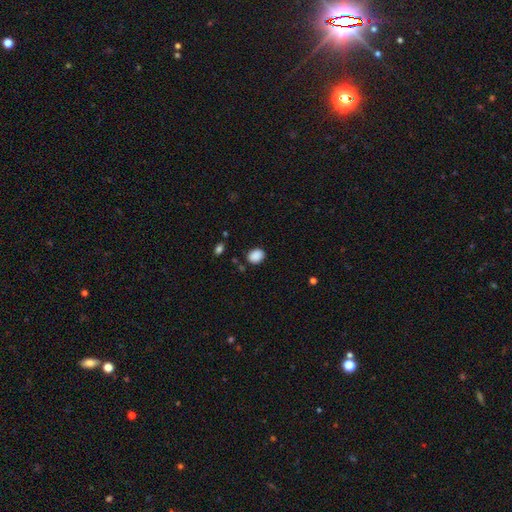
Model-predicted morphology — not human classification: Smooth or featured?
  - smooth: 88% *
  - star or artifact: 9%
  - featured or disk: 3%
How rounded?
  - in between: 55% *
  - round: 44%
  - cigar-shaped: 1%
Merging?
  - none: 83% *
  - minor disturbance: 11%
  - major disturbance: 3%
  - merger: 2%